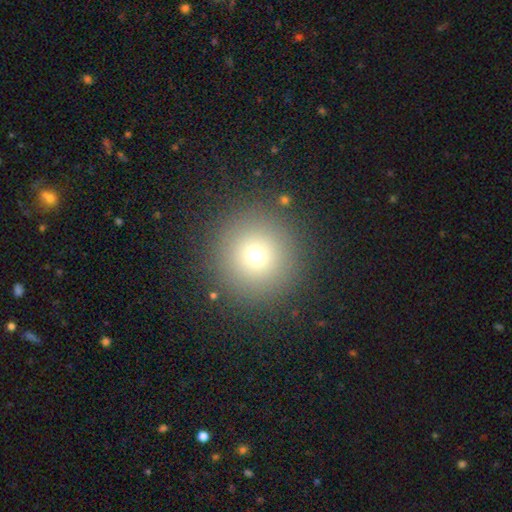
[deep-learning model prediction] Smooth or featured?
  - smooth: 69% *
  - star or artifact: 18%
  - featured or disk: 12%
How rounded?
  - round: 96% *
  - in between: 3%
  - cigar-shaped: 1%
Merging?
  - none: 89% *
  - minor disturbance: 6%
  - major disturbance: 3%
  - merger: 2%